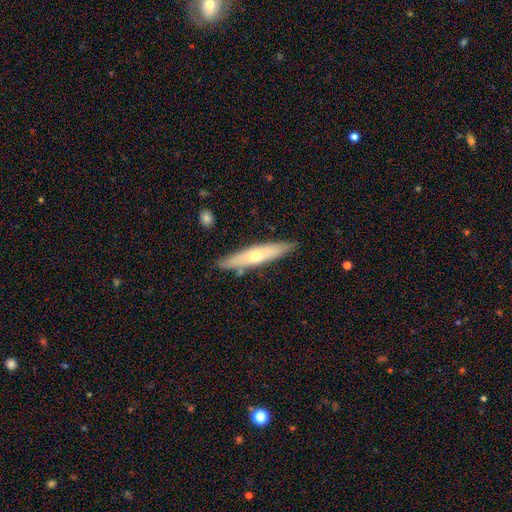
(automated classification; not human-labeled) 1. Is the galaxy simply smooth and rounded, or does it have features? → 47% featured or disk (tied), 47% smooth (tied), 5% star or artifact.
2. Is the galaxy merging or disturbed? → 85% none, 10% minor disturbance, 2% merger, 2% major disturbance.